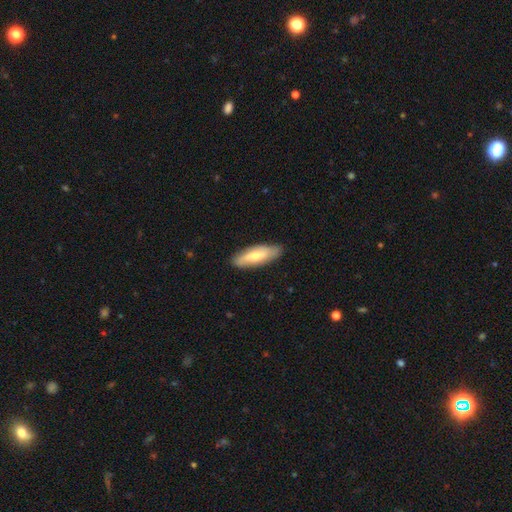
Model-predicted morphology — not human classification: Smooth or featured?
  - smooth: 59% *
  - featured or disk: 36%
  - star or artifact: 5%
How rounded?
  - in between: 57% *
  - cigar-shaped: 41%
  - round: 2%
Merging?
  - none: 82% *
  - minor disturbance: 15%
  - major disturbance: 2%
  - merger: 1%